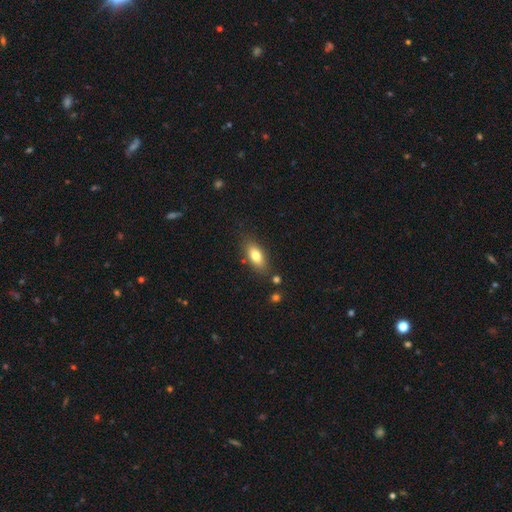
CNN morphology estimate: Smooth or featured: smooth — 77% (featured or disk — 15%)
How rounded: in between — 84% (cigar-shaped — 12%)
Merging: none — 80% (minor disturbance — 13%)